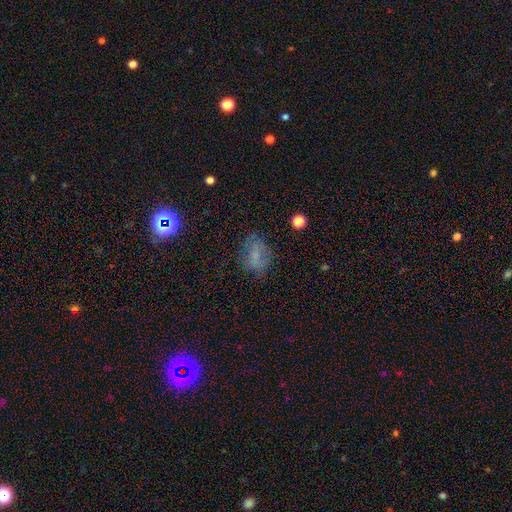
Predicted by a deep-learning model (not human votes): The model was most divided on "smooth or featured": smooth: 57%, featured or disk: 22%, star or artifact: 21%. More confident: how rounded — in between (73%); merging — none (66%).